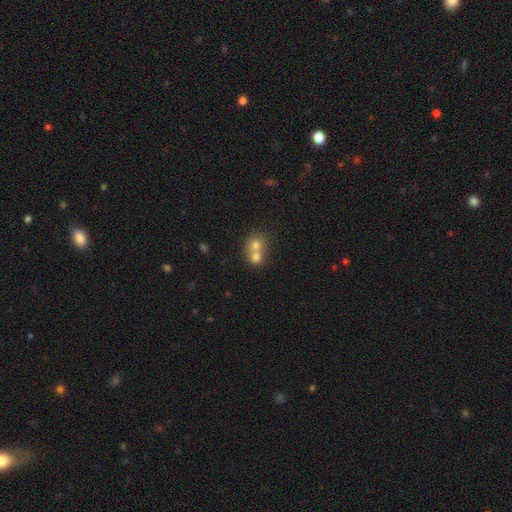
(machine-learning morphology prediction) Smooth or featured?
  - smooth: 71% *
  - featured or disk: 18%
  - star or artifact: 11%
How rounded?
  - round: 75% *
  - in between: 24%
  - cigar-shaped: 1%
Merging?
  - merger: 68% *
  - none: 25%
  - minor disturbance: 4%
  - major disturbance: 2%